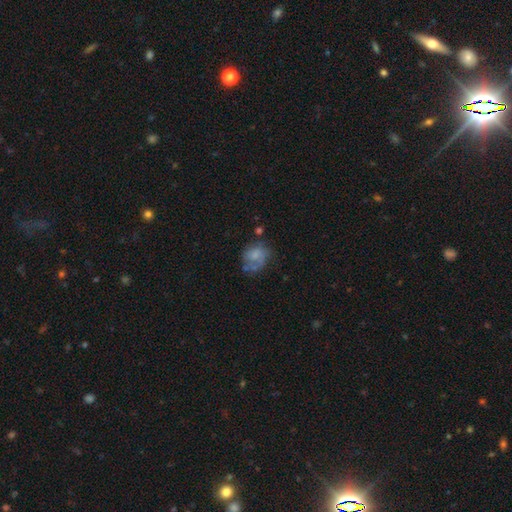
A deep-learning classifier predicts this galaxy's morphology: A smooth galaxy with no disk features (54%) that is round (58%). Merging: none (42%).